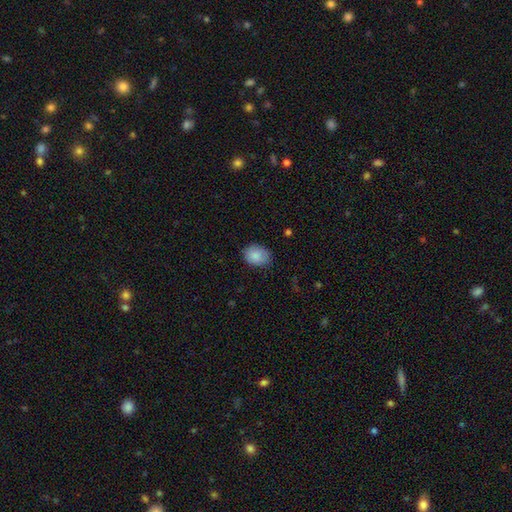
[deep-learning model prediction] Morphology: type=smooth (87%); roundness=in between (65%); merging=none (76%).